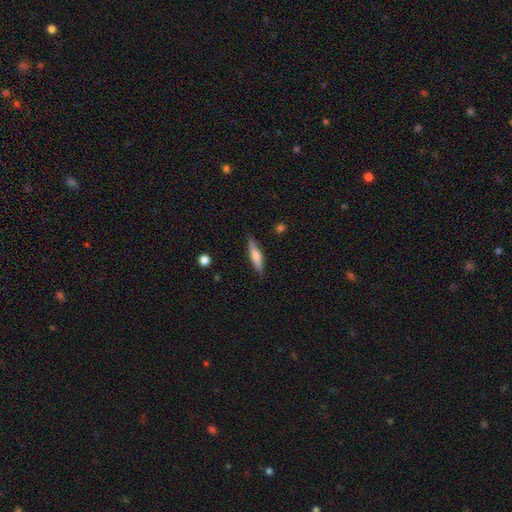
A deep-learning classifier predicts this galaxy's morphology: Smooth or featured?
  - smooth: 62% *
  - featured or disk: 32%
  - star or artifact: 6%
How rounded?
  - cigar-shaped: 78% *
  - in between: 20%
  - round: 2%
Merging?
  - none: 85% *
  - minor disturbance: 11%
  - major disturbance: 2%
  - merger: 1%